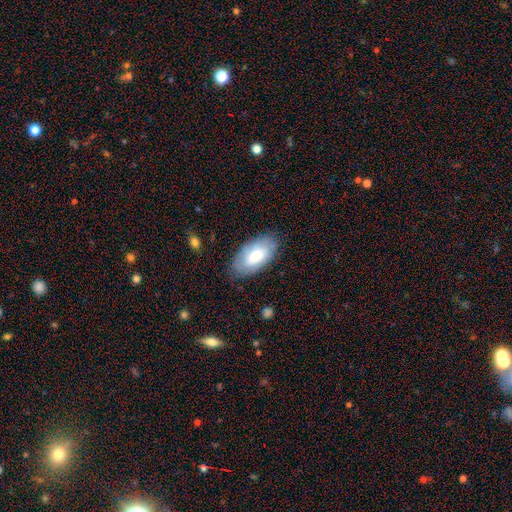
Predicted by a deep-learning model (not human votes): smooth 68%, featured or disk 26%, star or artifact 6%. Down the decision tree: how rounded — in between (94%); merging — none (80%).